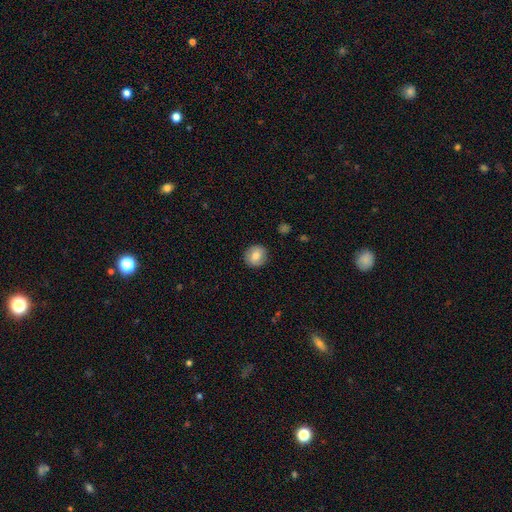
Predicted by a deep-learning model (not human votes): Q: Smooth or featured?
A: smooth (79%); runner-up: featured or disk (13%)
Q: How rounded?
A: round (85%); runner-up: in between (14%)
Q: Merging?
A: none (88%); runner-up: minor disturbance (9%)